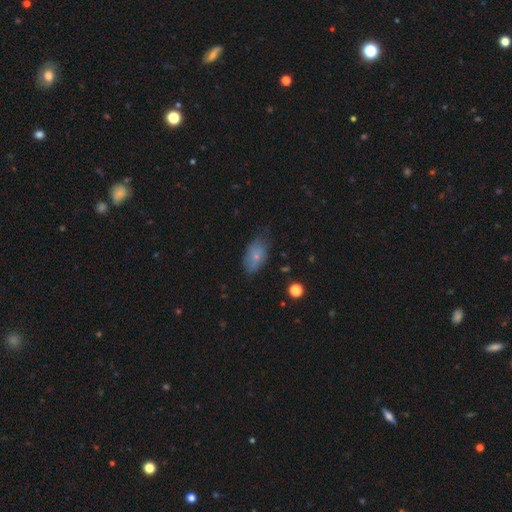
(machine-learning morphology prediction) Smooth or featured? Predicted: smooth (p=0.71). How rounded? Predicted: in between (p=0.90). Merging? Predicted: none (p=0.62).